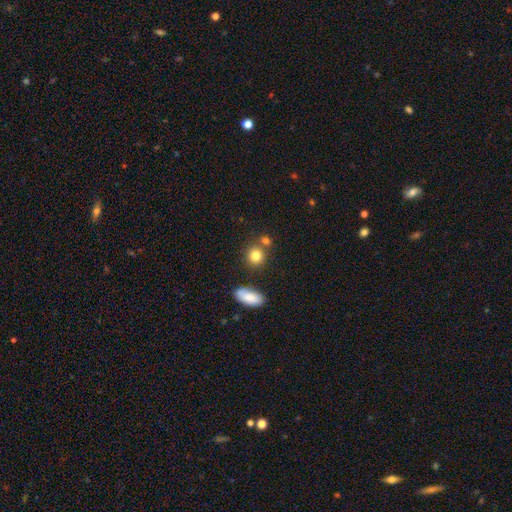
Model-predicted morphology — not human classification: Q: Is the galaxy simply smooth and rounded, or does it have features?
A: smooth — 82%.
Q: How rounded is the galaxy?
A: round — 80%.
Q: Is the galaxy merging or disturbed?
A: none — 70%.